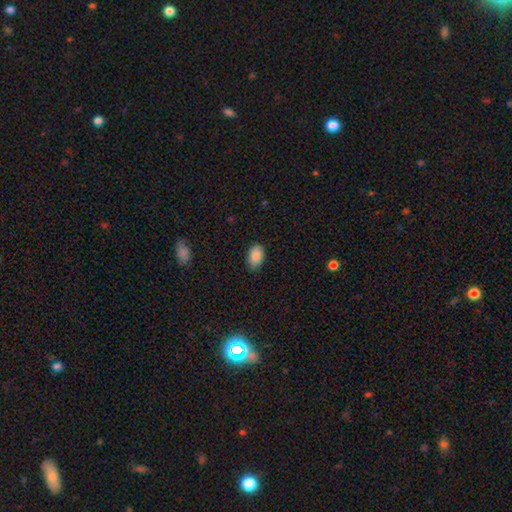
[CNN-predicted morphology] A smooth galaxy with no disk features (88%) that is in between round and cigar-shaped (91%).

Vote fractions:
- Smooth or featured? smooth: 88% / star or artifact: 7% / featured or disk: 5%
- How rounded? in between: 91% / round: 8% / cigar-shaped: 1%
- Merging? none: 84% / minor disturbance: 13% / major disturbance: 2% / merger: 1%